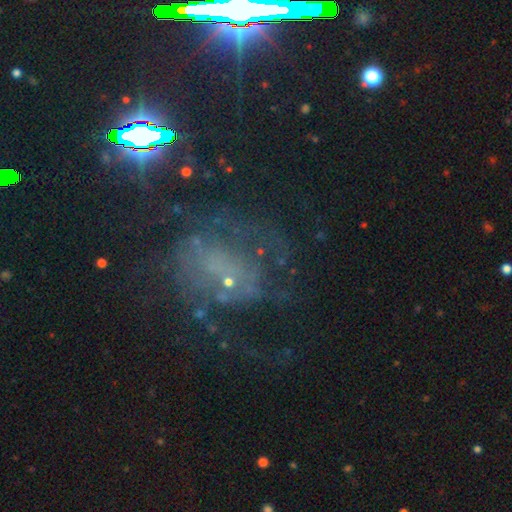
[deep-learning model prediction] smooth_or_featured: featured or disk (p=0.48) [alt: star or artifact p=0.36]
merging: none (p=0.52) [alt: major disturbance p=0.27]